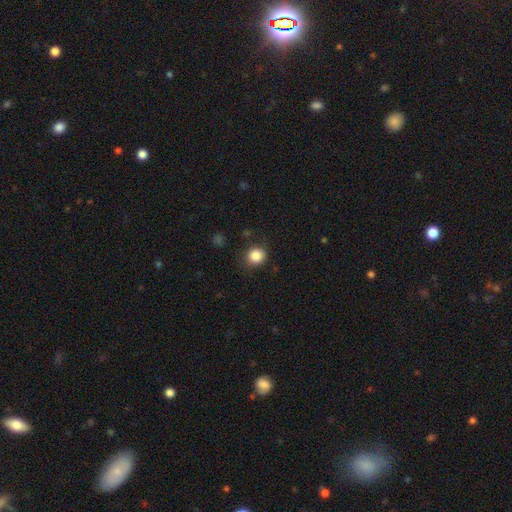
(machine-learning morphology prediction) smooth-or-featured: smooth: 86% | star or artifact: 10% | featured or disk: 4%
  how-rounded: round: 86% | in between: 13% | cigar-shaped: 1%
  merging: none: 82% | minor disturbance: 12% | major disturbance: 4% | merger: 2%